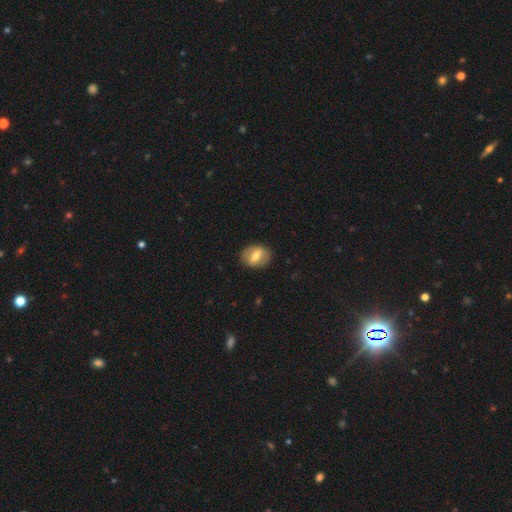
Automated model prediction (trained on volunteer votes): Smooth or featured? smooth (52%)
How rounded? in between (59%)
Merging? none (86%)